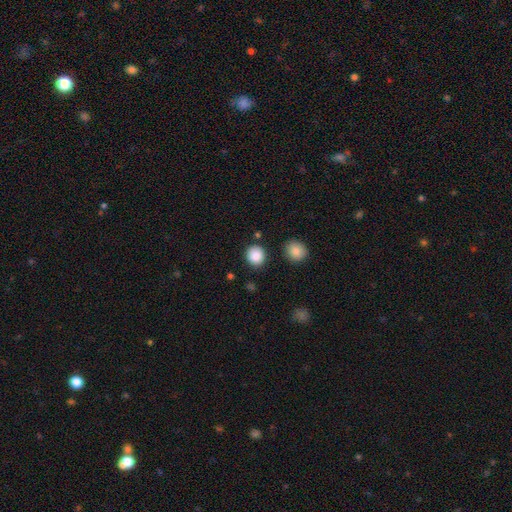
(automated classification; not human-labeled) smooth-or-featured: smooth: 87% | star or artifact: 9% | featured or disk: 4%
  how-rounded: round: 86% | in between: 14% | cigar-shaped: 1%
  merging: none: 85% | minor disturbance: 9% | merger: 4% | major disturbance: 3%